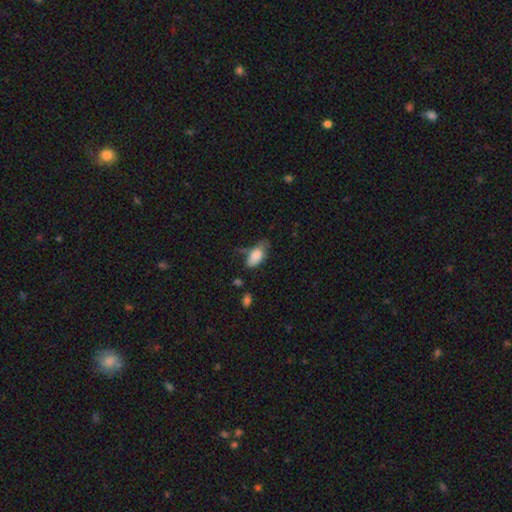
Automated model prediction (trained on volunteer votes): A smooth galaxy with no disk features (80%) that is in between round and cigar-shaped (90%). Merging: minor disturbance (34%, tied with none).